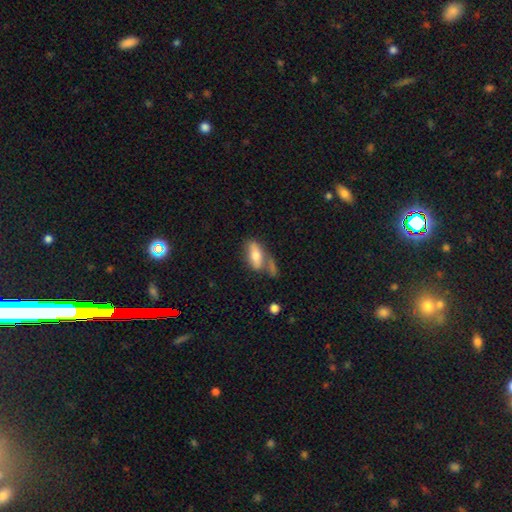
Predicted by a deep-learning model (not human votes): Morphology: type=smooth (64%); roundness=in between (77%); merging=none (42%).